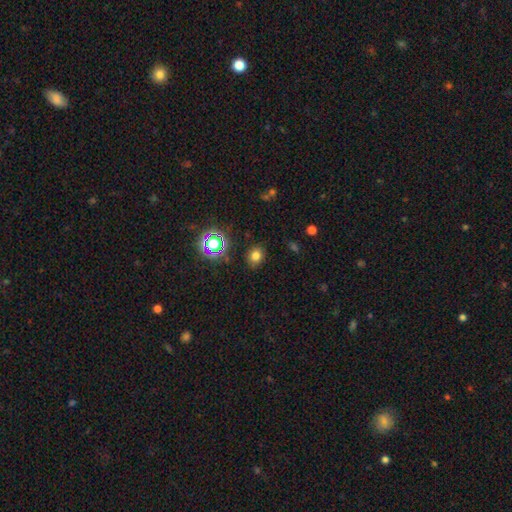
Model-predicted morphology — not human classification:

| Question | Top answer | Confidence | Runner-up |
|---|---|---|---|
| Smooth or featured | smooth | 74% | star or artifact (19%) |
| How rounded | round | 55% | in between (44%) |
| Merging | none | 86% | minor disturbance (10%) |